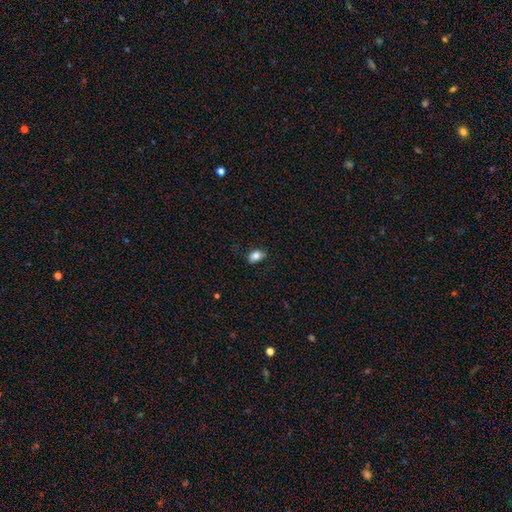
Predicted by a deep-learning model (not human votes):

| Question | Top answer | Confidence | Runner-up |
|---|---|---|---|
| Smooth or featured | smooth | 83% | star or artifact (9%) |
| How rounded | in between | 80% | round (18%) |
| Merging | none | 80% | minor disturbance (16%) |